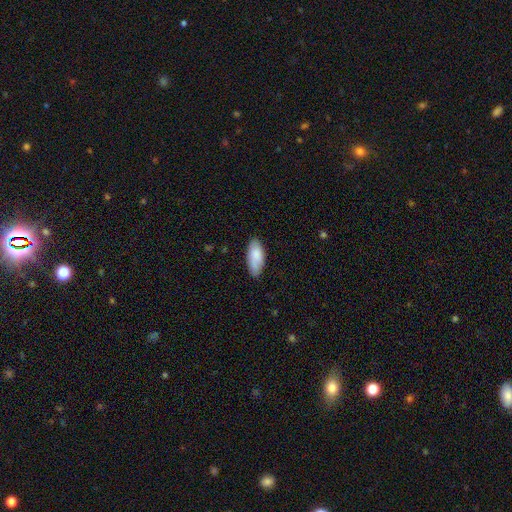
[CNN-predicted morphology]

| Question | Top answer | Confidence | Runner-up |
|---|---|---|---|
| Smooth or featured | smooth | 85% | featured or disk (10%) |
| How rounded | in between | 86% | cigar-shaped (13%) |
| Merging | none | 80% | minor disturbance (16%) |